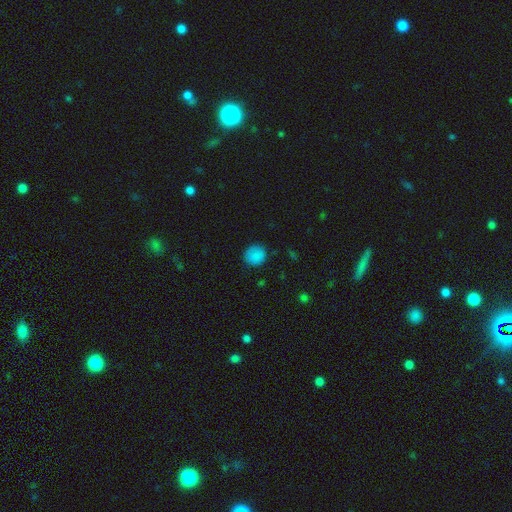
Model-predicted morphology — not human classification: A smooth galaxy with no disk features (86%) that is round (89%). Merging: none (86%).